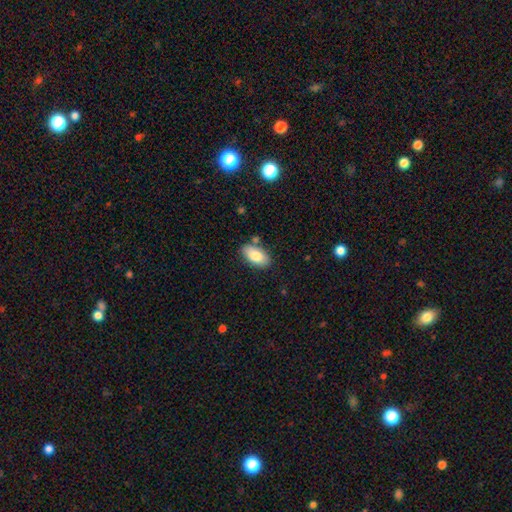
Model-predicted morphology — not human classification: A smooth galaxy with no disk features (80%) that is in between round and cigar-shaped (93%). Merging: none (78%).